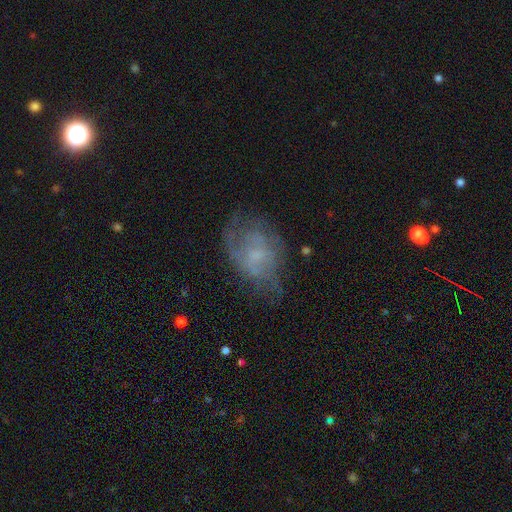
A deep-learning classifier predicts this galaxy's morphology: featured or disk 55%, smooth 34%, star or artifact 11%. Down the decision tree: edge-on disk — no (97%); bar — no (65%); spiral arms — yes (58%); bulge size — small (43%); merging — none (50%).